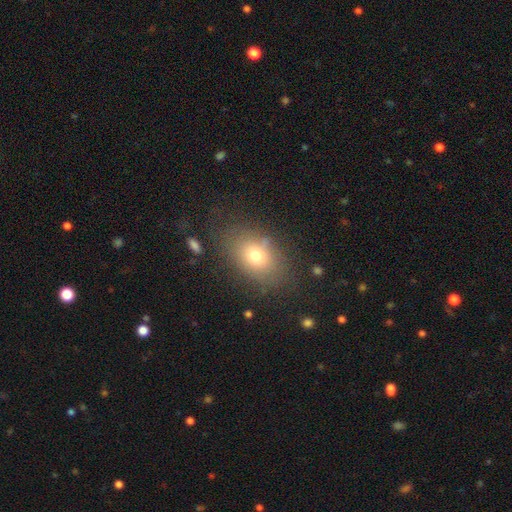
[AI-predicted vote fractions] Smooth or featured? Predicted: smooth (p=0.72). How rounded? Predicted: in between (p=0.76). Merging? Predicted: none (p=0.73).